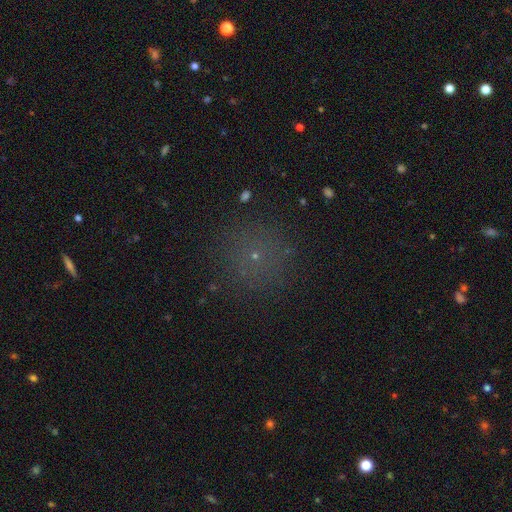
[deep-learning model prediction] Smooth or featured? Predicted: smooth (p=0.57). How rounded? Predicted: round (p=0.94). Merging? Predicted: none (p=0.87).